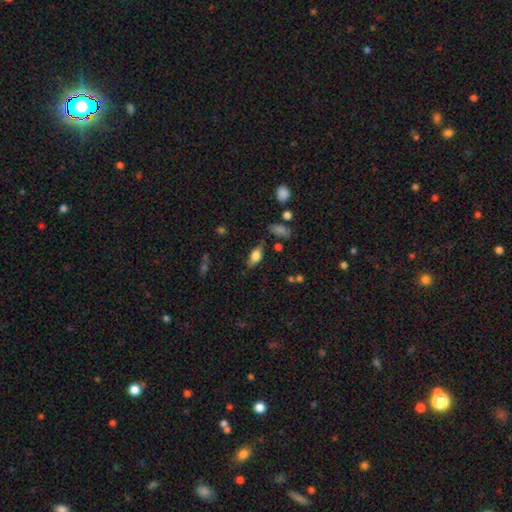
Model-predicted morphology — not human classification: A smooth galaxy with no disk features (69%) that is in between round and cigar-shaped (83%).

Vote fractions:
- Smooth or featured? smooth: 69% / featured or disk: 22% / star or artifact: 9%
- How rounded? in between: 83% / cigar-shaped: 12% / round: 6%
- Merging? none: 71% / minor disturbance: 20% / major disturbance: 5% / merger: 3%